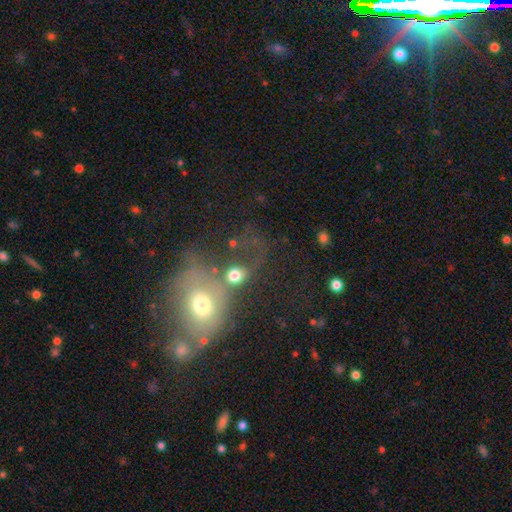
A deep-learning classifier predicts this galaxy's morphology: Smooth or featured? Predicted: smooth (p=0.45). Merging? Predicted: none (p=0.31).